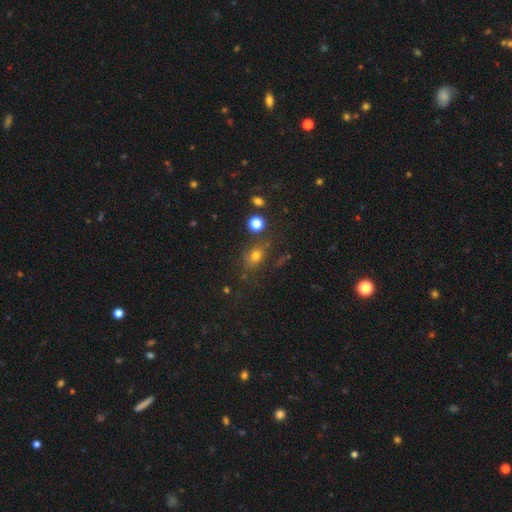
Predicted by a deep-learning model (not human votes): The model was most divided on "how rounded": round: 53%, in between: 45%, cigar-shaped: 2%. More confident: smooth or featured — smooth (68%); merging — none (60%).